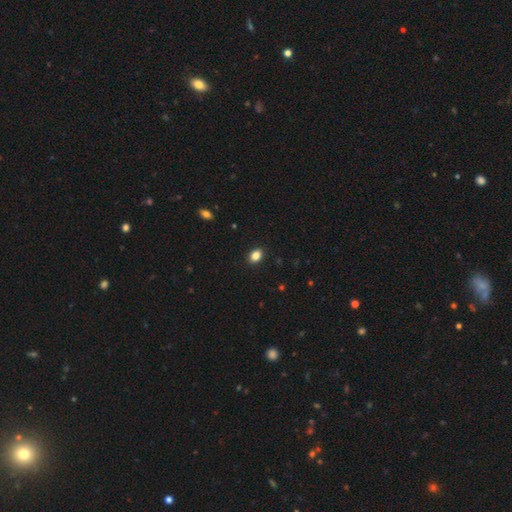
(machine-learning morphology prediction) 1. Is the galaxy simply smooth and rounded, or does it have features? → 85% smooth, 10% star or artifact, 5% featured or disk.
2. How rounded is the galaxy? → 68% in between, 30% round, 1% cigar-shaped.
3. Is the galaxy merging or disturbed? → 90% none, 7% minor disturbance, 2% major disturbance, 1% merger.